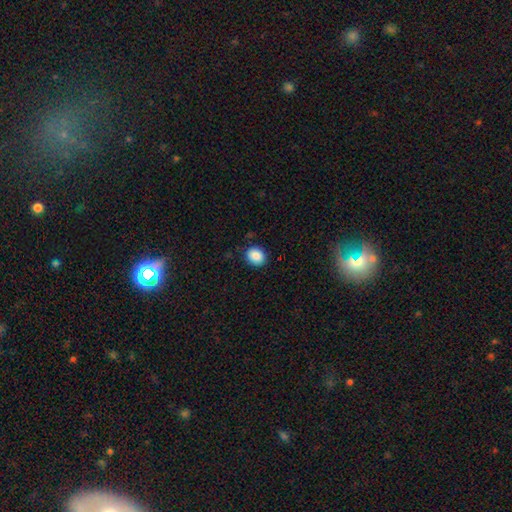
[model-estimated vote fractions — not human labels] Morphology: type=smooth (88%); roundness=round (60%); merging=none (87%).